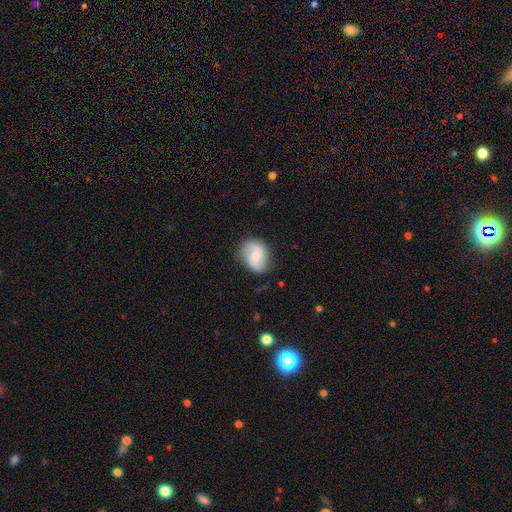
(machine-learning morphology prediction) This is possibly a featured or disk galaxy (58%). It is clearly not viewed edge-on (97%). Bar: possibly no (48%). Spiral arm pattern: clearly yes (88%). Central bulge: possibly small (47%). Merging: likely none (79%).